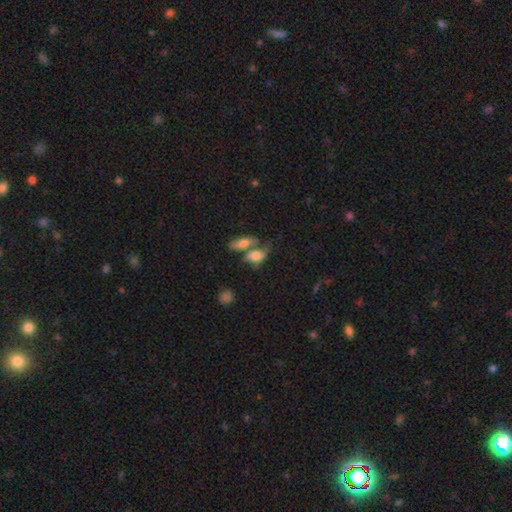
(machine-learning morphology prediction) Q: Smooth or featured?
A: smooth (65%); runner-up: featured or disk (25%)
Q: How rounded?
A: in between (80%); runner-up: round (12%)
Q: Merging?
A: merger (54%); runner-up: none (24%)